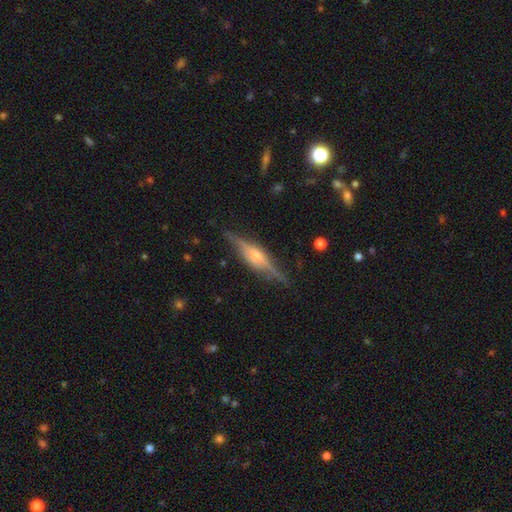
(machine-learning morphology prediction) The model was most divided on "edge-on bulge": rounded: 71%, boxy: 23%, none: 5%. More confident: edge-on disk — yes (96%); merging — none (85%); smooth or featured — featured or disk (81%).